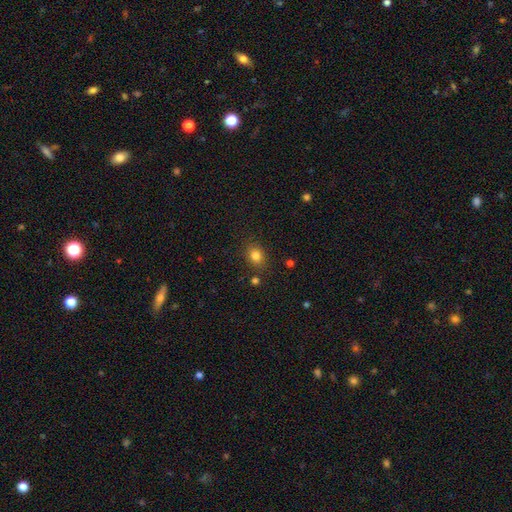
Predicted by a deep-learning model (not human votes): A smooth galaxy with no disk features (82%) that is round (55%). Merging: none (82%).